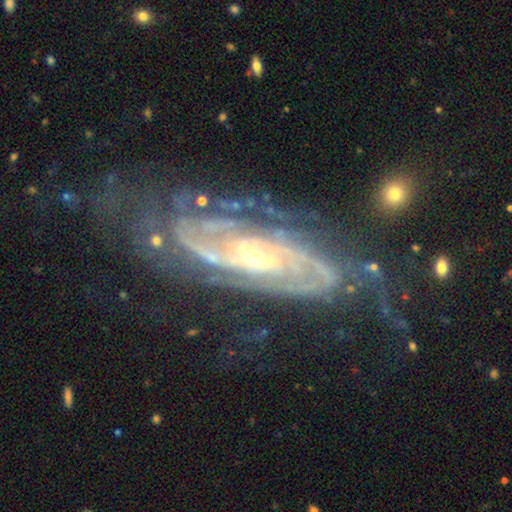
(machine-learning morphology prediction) Smooth or featured? featured or disk (89%)
Edge-on disk? no (91%)
Bar? no (58%)
Spiral arms? yes (97%)
Spiral winding? tight (63%)
Spiral arm count? 2 (40%)
Bulge size? small (59%)
Merging? none (67%)